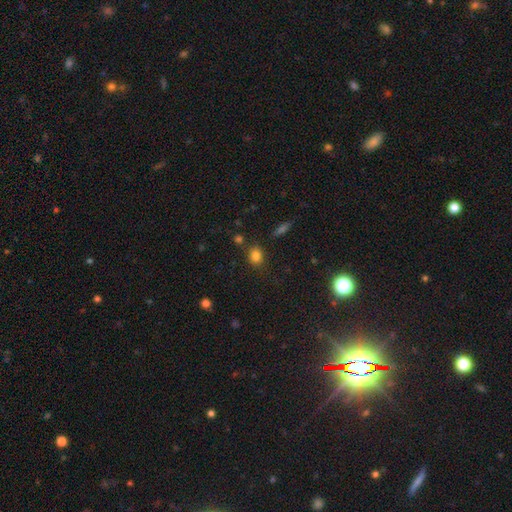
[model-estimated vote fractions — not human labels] The model was most divided on "how rounded": round: 50%, in between: 48%, cigar-shaped: 2%. More confident: smooth or featured — smooth (82%); merging — none (80%).